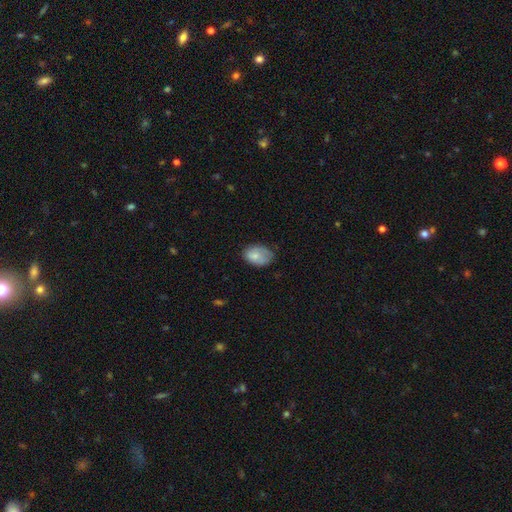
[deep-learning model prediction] Smooth or featured? smooth (74%)
How rounded? in between (82%)
Merging? none (54%)